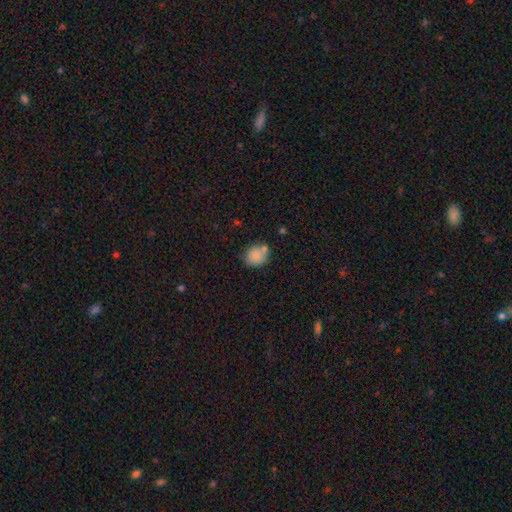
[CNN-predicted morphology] This is clearly a smooth galaxy (85%). How rounded: clearly round (81%). Merging: likely none (65%).